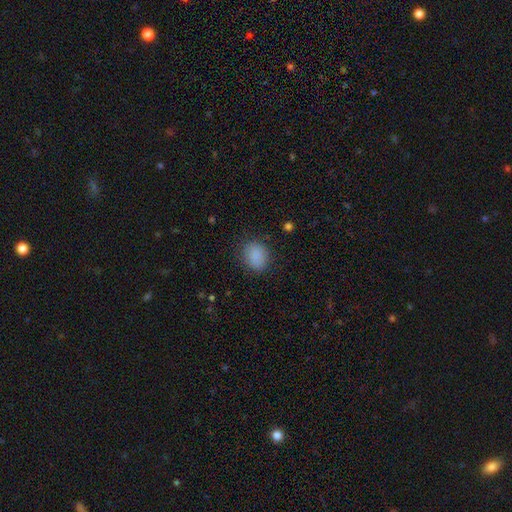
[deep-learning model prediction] A smooth galaxy with no disk features (87%) that is round (55%). Merging: none (84%).